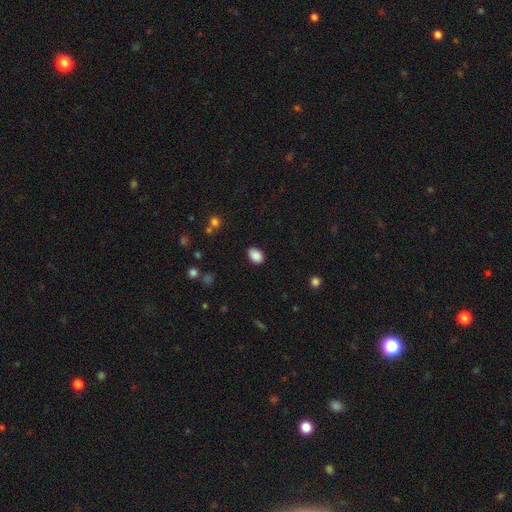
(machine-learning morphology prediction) smooth-or-featured: smooth: 88% | star or artifact: 8% | featured or disk: 3%
  how-rounded: in between: 78% | round: 21% | cigar-shaped: 1%
  merging: none: 85% | minor disturbance: 12% | major disturbance: 3% | merger: 1%